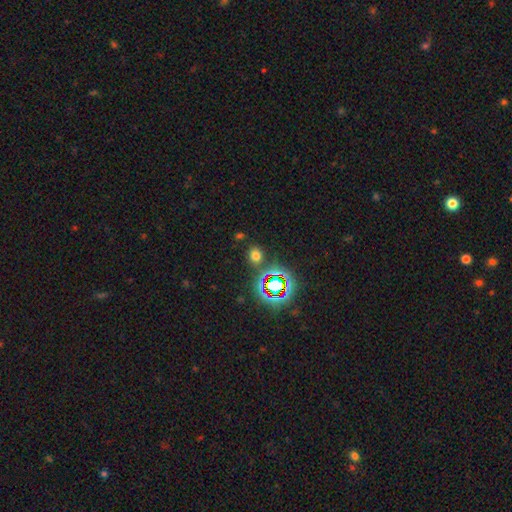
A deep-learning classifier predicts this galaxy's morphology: Smooth or featured? smooth (64%)
How rounded? round (76%)
Merging? none (83%)